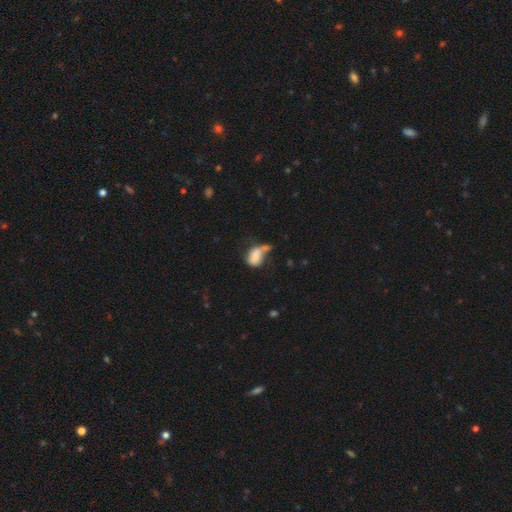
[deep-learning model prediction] smooth 70%, featured or disk 21%, star or artifact 9%. Down the decision tree: how rounded — in between (78%); merging — merger (29%).